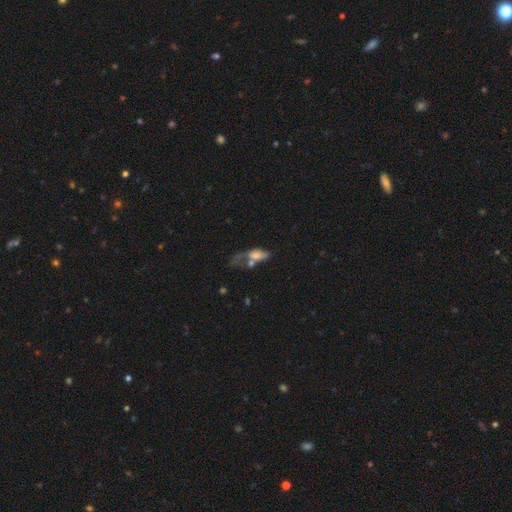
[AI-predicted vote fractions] smooth-or-featured: smooth: 52% | featured or disk: 37% | star or artifact: 11%
  how-rounded: in between: 76% | cigar-shaped: 15% | round: 9%
  merging: major disturbance: 36% (tied) | merger: 36% (tied) | none: 16% | minor disturbance: 12%